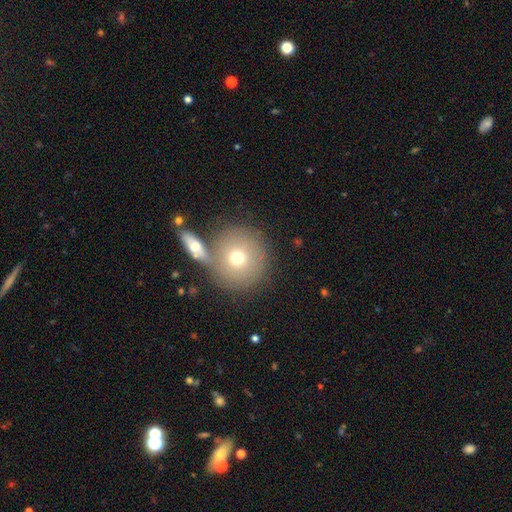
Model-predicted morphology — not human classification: Smooth or featured? Predicted: smooth (p=0.51). How rounded? Predicted: round (p=0.90). Merging? Predicted: none (p=0.73).